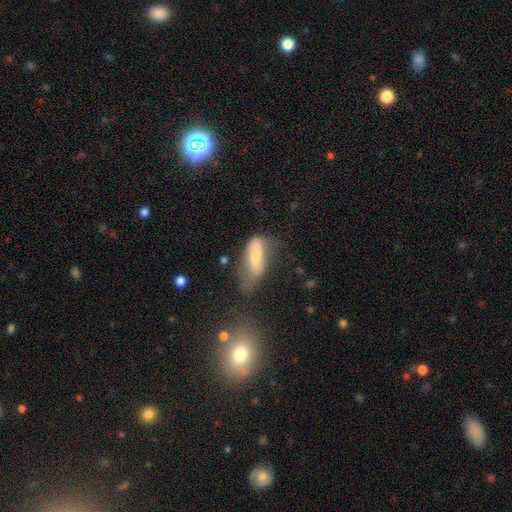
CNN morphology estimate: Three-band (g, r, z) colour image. It shows a smooth galaxy with no disk features (52%) that is in between round and cigar-shaped (65%). Merging: minor disturbance (31%, tied with none).